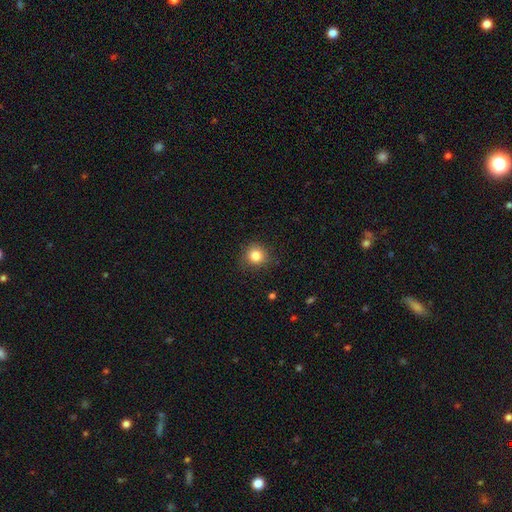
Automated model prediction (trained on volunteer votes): A smooth galaxy with no disk features (83%) that is round (90%).

Vote fractions:
- Smooth or featured? smooth: 83% / star or artifact: 11% / featured or disk: 6%
- How rounded? round: 90% / in between: 9% / cigar-shaped: 1%
- Merging? none: 86% / minor disturbance: 10% / major disturbance: 3% / merger: 1%